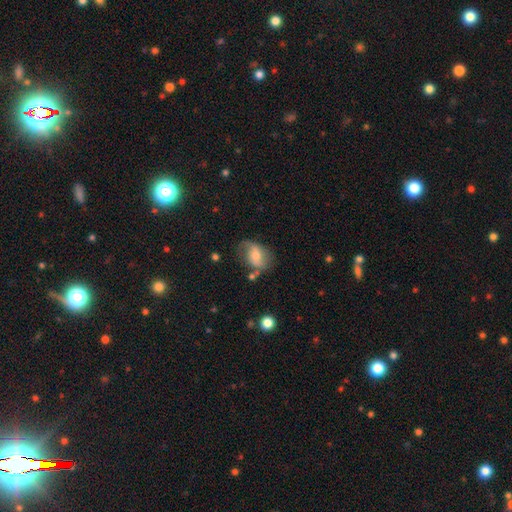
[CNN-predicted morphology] This is possibly a featured or disk galaxy (53%). It is clearly not viewed edge-on (95%). Bar: possibly no (47%). Spiral arm pattern: likely yes (78%). Central bulge: possibly moderate (52%). Merging: possibly none (49%).